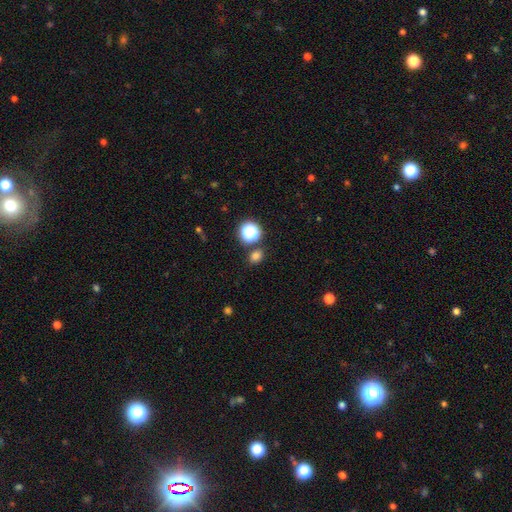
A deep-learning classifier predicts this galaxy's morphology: This appears to be a smooth galaxy with no disk features (76%) that is round (52%). Merging: none (79%).